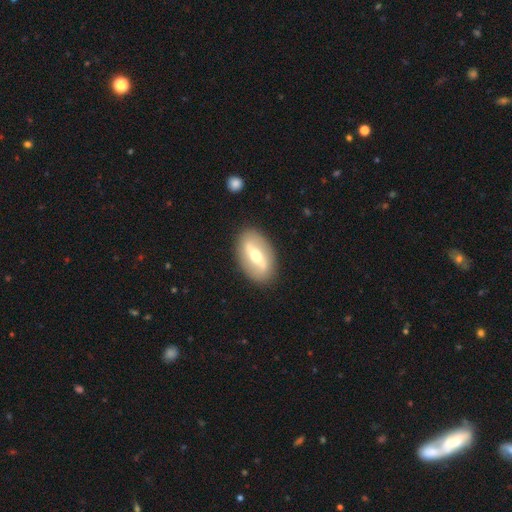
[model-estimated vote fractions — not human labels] Smooth or featured: featured or disk — 65% (smooth — 30%)
Edge-on disk: no — 84% (yes — 16%)
Bar: strong — 60% (weak — 28%)
Spiral arms: no — 59% (yes — 41%)
Bulge size: moderate — 71% (small — 15%)
Merging: none — 87% (minor disturbance — 9%)